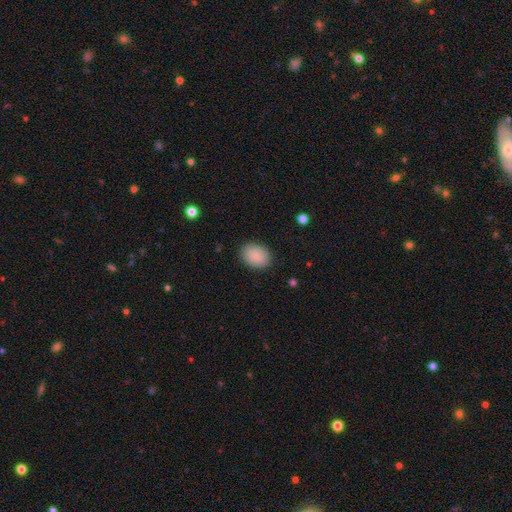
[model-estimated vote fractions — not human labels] This appears to be a smooth galaxy with no disk features (88%) that is in between round and cigar-shaped (69%). Merging: none (87%).